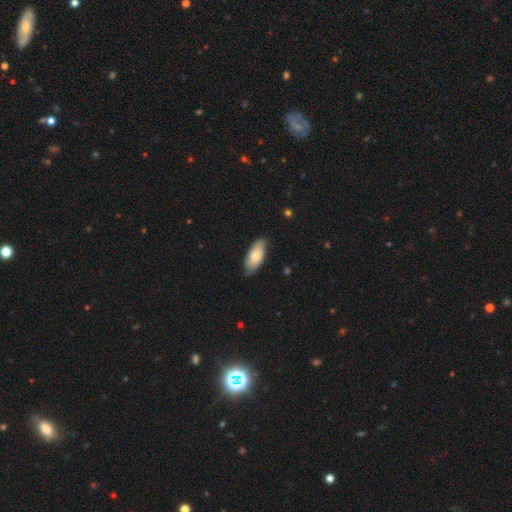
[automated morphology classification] Smooth or featured? smooth (74%)
How rounded? in between (87%)
Merging? none (72%)